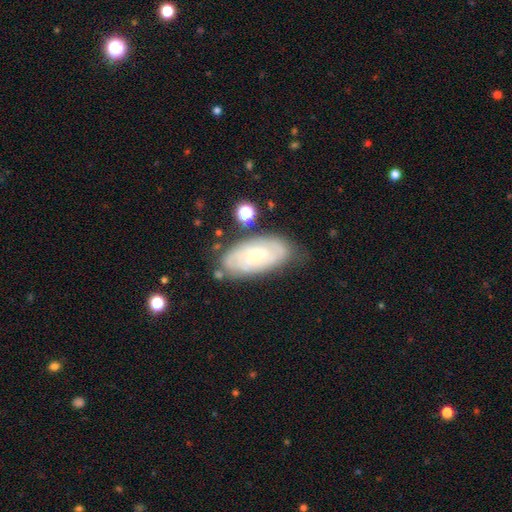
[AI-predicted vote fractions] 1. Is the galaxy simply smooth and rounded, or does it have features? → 72% featured or disk, 22% smooth, 6% star or artifact.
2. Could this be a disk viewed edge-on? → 92% no, 8% yes.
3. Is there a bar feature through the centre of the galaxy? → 69% no, 24% weak, 6% strong.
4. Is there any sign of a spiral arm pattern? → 82% yes, 18% no.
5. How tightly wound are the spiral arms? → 74% tight, 20% medium, 5% loose.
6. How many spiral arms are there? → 54% can't tell, 24% 2, 10% 3, 5% 4, 3% 1, 3% more than 4.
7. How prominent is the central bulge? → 65% small, 32% moderate, 1% large, 1% none, 1% dominant.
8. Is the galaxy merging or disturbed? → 73% none, 19% minor disturbance, 5% major disturbance, 4% merger.